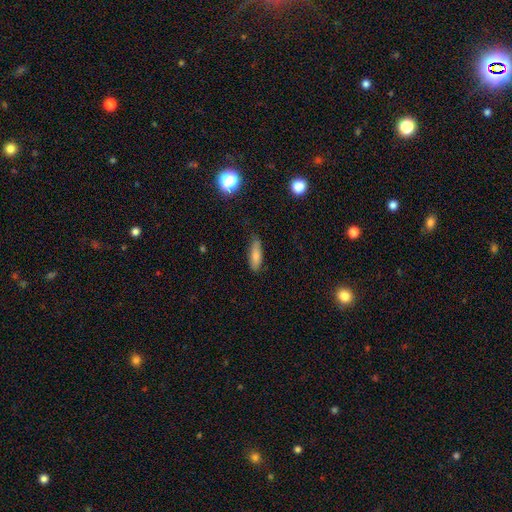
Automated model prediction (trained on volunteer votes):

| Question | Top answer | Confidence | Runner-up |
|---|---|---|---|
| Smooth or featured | smooth | 80% | featured or disk (12%) |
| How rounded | cigar-shaped | 50% | in between (47%) |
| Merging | none | 72% | minor disturbance (23%) |